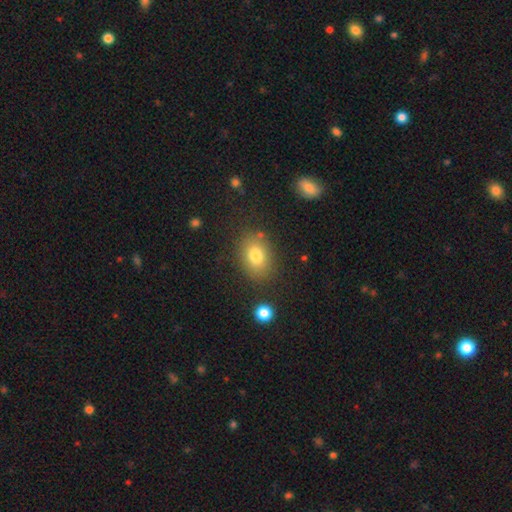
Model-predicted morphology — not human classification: This appears to be a smooth galaxy with no disk features (79%) that is in between round and cigar-shaped (68%). Merging: none (81%).